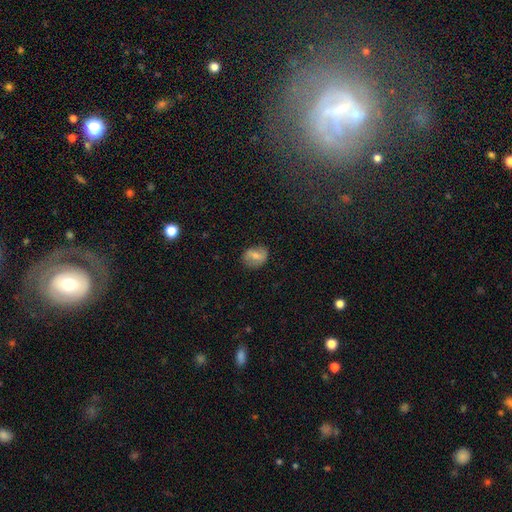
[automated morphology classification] A smooth galaxy with no disk features (56%) that is in between round and cigar-shaped (53%).

Vote fractions:
- Smooth or featured? smooth: 56% / featured or disk: 35% / star or artifact: 9%
- How rounded? in between: 53% / round: 45% / cigar-shaped: 2%
- Merging? none: 79% / minor disturbance: 16% / major disturbance: 5% / merger: 1%